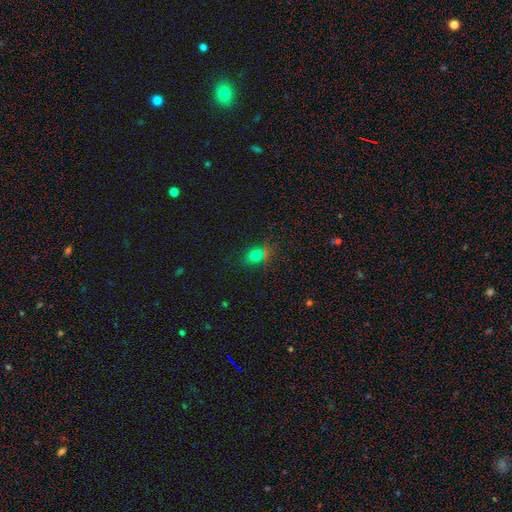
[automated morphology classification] smooth 67%, star or artifact 26%, featured or disk 8%. Down the decision tree: how rounded — round (52%); merging — none (75%).